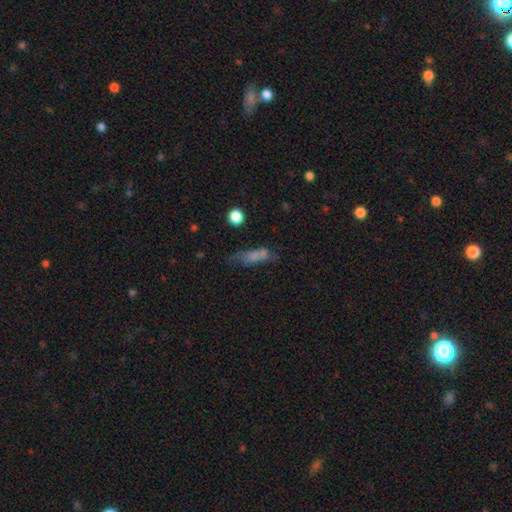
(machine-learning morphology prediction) Smooth or featured?
  - smooth: 63% *
  - featured or disk: 24%
  - star or artifact: 13%
How rounded?
  - in between: 51% *
  - cigar-shaped: 44%
  - round: 5%
Merging?
  - none: 42% *
  - minor disturbance: 26%
  - major disturbance: 18%
  - merger: 14%